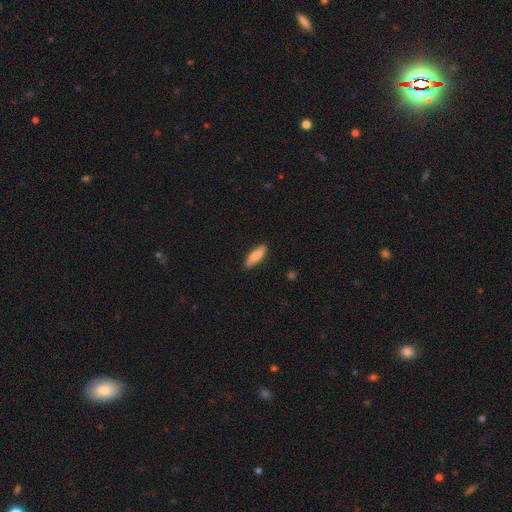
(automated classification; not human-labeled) Smooth or featured: smooth — 74% (featured or disk — 20%)
How rounded: cigar-shaped — 50% (in between — 48%)
Merging: none — 83% (minor disturbance — 13%)